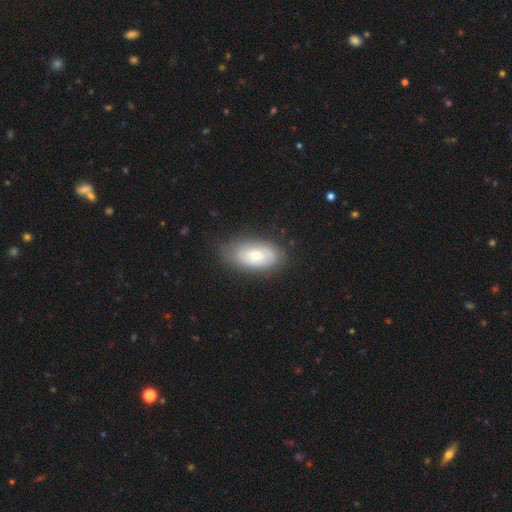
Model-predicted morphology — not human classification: smooth_or_featured: smooth (p=0.58) [alt: featured or disk p=0.35]
how_rounded: in between (p=0.92) [alt: round p=0.05]
merging: none (p=0.75) [alt: minor disturbance p=0.19]